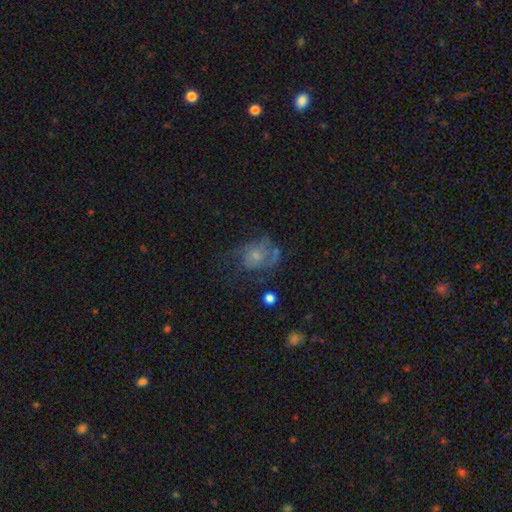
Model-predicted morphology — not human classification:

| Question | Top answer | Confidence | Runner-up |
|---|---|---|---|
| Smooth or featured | featured or disk | 51% | smooth (37%) |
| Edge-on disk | no | 98% | yes (2%) |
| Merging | major disturbance | 39% | none (33%) |